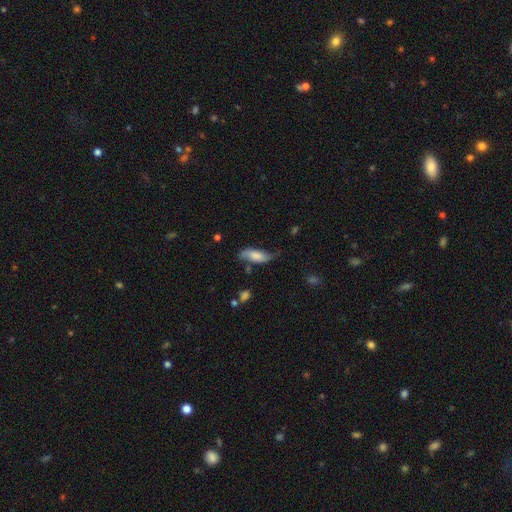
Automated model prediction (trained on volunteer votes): Smooth or featured: smooth — 53% (featured or disk — 39%)
How rounded: in between — 72% (cigar-shaped — 25%)
Merging: none — 51% (minor disturbance — 32%)